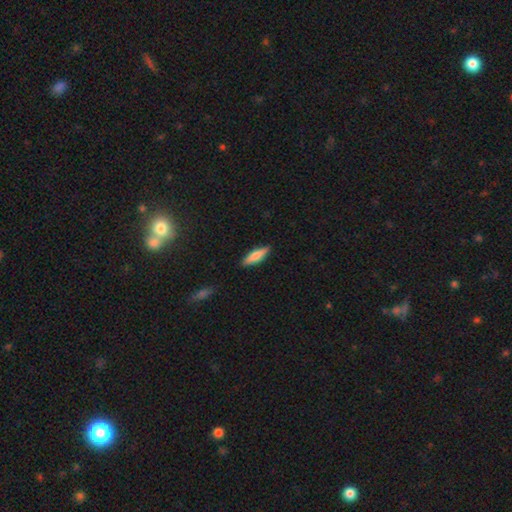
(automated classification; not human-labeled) Smooth or featured?
  - smooth: 70% *
  - featured or disk: 25%
  - star or artifact: 6%
How rounded?
  - cigar-shaped: 62% *
  - in between: 36%
  - round: 2%
Merging?
  - none: 89% *
  - minor disturbance: 8%
  - major disturbance: 2%
  - merger: 1%